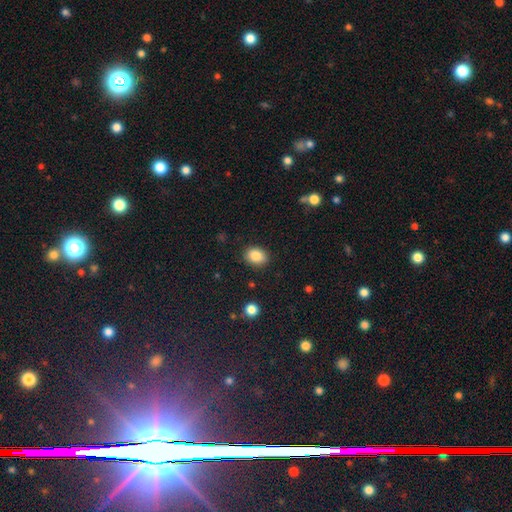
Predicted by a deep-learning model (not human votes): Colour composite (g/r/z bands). It shows a smooth galaxy with no disk features (85%) that is in between round and cigar-shaped (60%). Merging: none (88%).